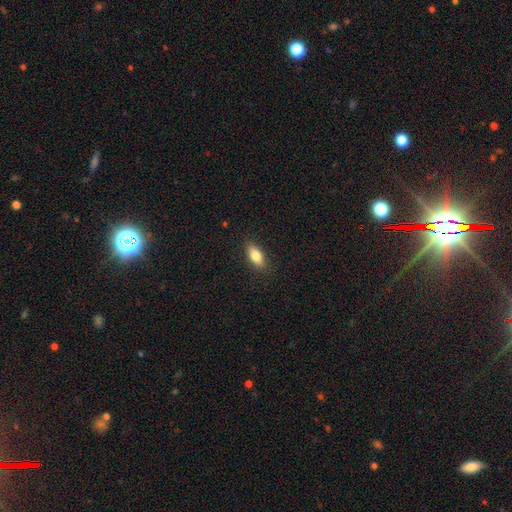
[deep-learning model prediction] A smooth galaxy with no disk features (79%) that is in between round and cigar-shaped (80%).

Vote fractions:
- Smooth or featured? smooth: 79% / featured or disk: 14% / star or artifact: 7%
- How rounded? in between: 80% / cigar-shaped: 17% / round: 3%
- Merging? none: 87% / minor disturbance: 10% / major disturbance: 2% / merger: 1%